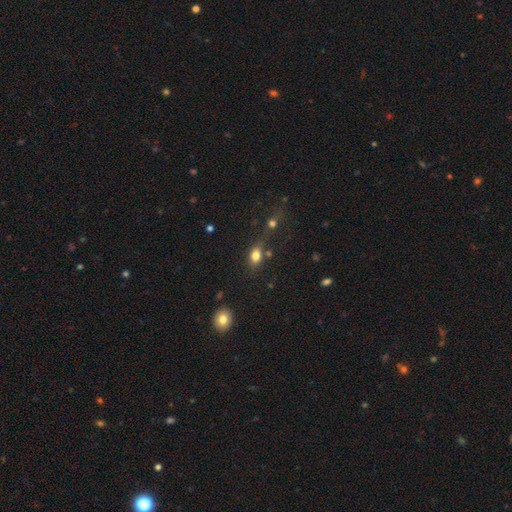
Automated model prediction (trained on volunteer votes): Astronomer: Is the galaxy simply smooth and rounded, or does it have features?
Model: smooth — 79%.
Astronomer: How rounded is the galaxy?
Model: in between — 73%.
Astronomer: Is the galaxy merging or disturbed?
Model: none — 63%.